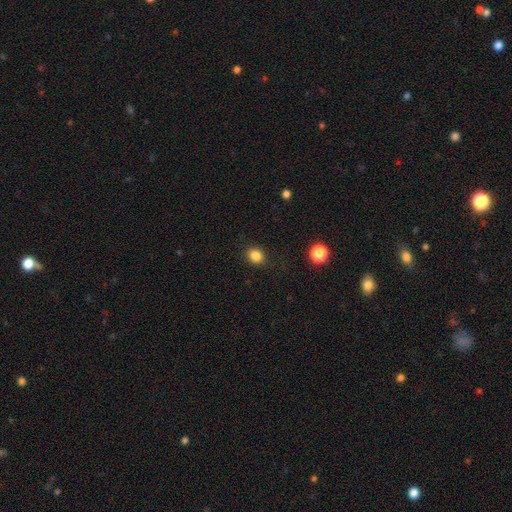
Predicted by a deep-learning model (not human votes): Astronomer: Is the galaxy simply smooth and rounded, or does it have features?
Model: smooth — 85%.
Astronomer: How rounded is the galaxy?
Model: round — 54% (runner-up: in between, 45%).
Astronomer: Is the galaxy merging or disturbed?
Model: none — 87%.